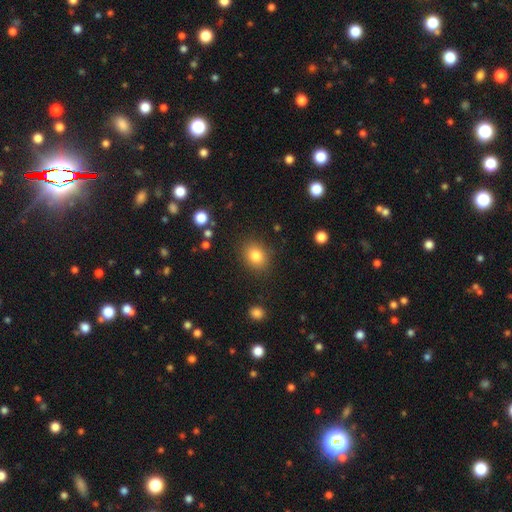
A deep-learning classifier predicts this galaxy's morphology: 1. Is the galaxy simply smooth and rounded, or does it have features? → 82% smooth, 10% star or artifact, 8% featured or disk.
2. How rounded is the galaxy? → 56% round, 43% in between, 1% cigar-shaped.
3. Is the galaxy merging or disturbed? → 86% none, 9% minor disturbance, 3% major disturbance, 2% merger.